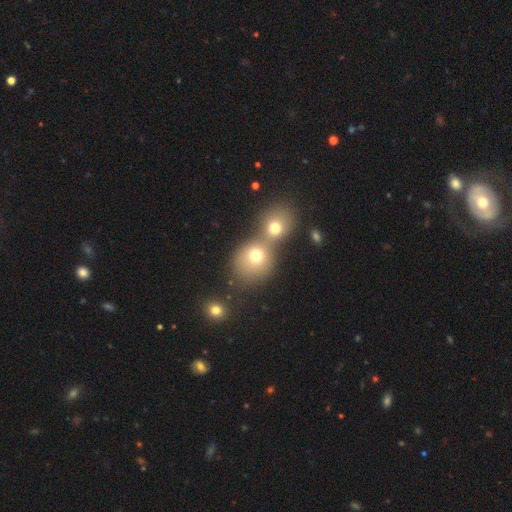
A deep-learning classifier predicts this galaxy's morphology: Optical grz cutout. It shows a smooth galaxy with no disk features (71%) that is round (76%). Merging: merger (60%).